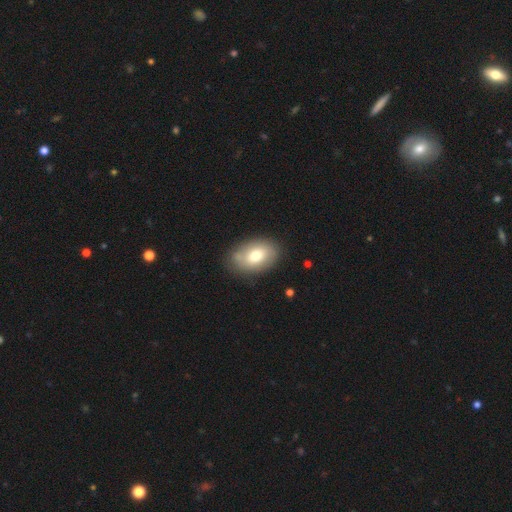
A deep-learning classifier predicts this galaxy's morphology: smooth 72%, featured or disk 21%, star or artifact 7%. Down the decision tree: how rounded — in between (86%); merging — none (77%).